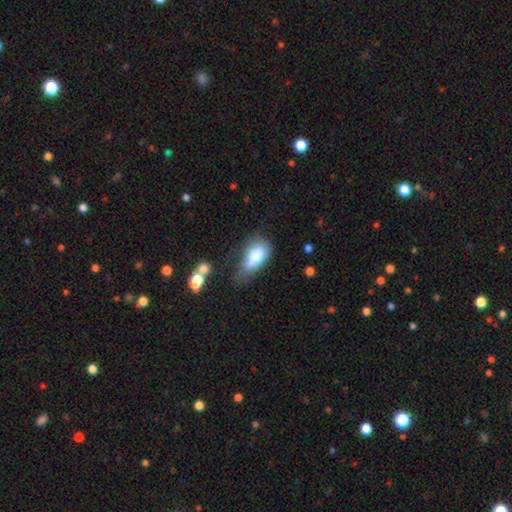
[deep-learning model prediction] Morphology: type=smooth (74%); roundness=in between (86%); merging=minor disturbance (39%).